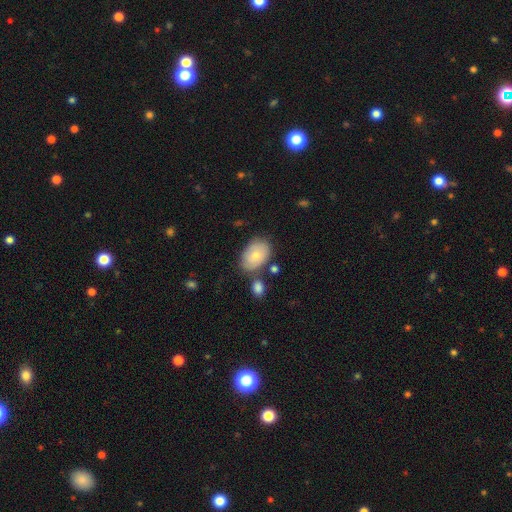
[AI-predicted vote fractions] A smooth galaxy with no disk features (70%) that is in between round and cigar-shaped (83%).

Vote fractions:
- Smooth or featured? smooth: 70% / featured or disk: 23% / star or artifact: 7%
- How rounded? in between: 83% / round: 16% / cigar-shaped: 1%
- Merging? none: 64% / minor disturbance: 20% / merger: 11% / major disturbance: 5%